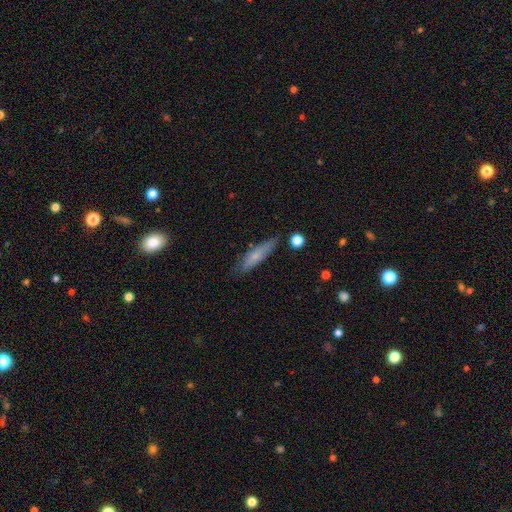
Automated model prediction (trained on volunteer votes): This is likely a smooth galaxy (63%). How rounded: likely cigar-shaped (75%). Merging: likely none (77%).